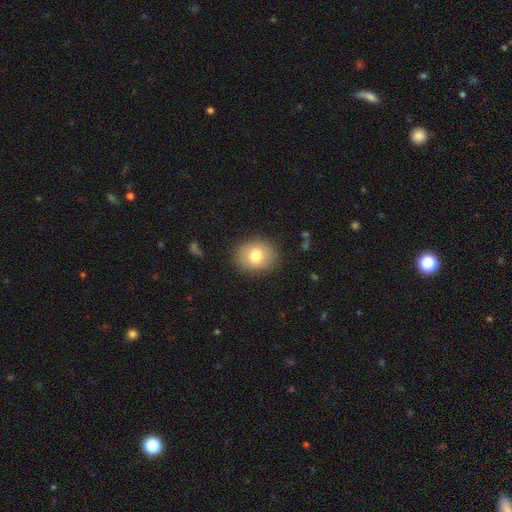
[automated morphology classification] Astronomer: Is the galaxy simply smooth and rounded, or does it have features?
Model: smooth — 77%.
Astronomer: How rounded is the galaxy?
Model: round — 67%.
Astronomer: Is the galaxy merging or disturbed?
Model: none — 87%.